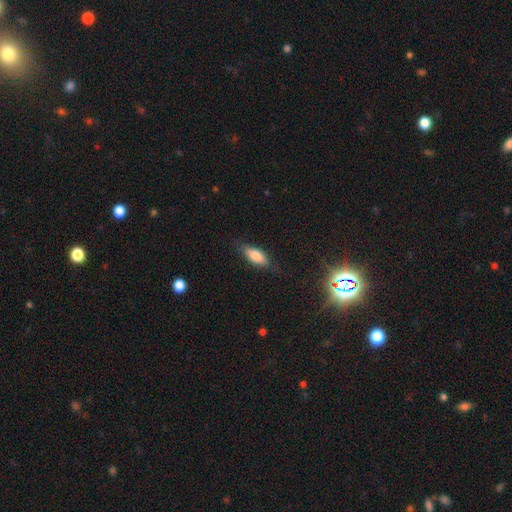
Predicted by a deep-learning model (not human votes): The model was most divided on "how rounded": in between: 74%, cigar-shaped: 23%, round: 2%. More confident: merging — none (77%); smooth or featured — smooth (76%).